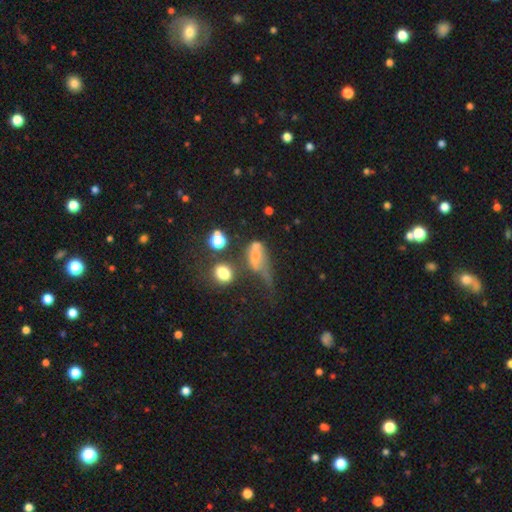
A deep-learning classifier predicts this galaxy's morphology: The model was most divided on "merging": major disturbance: 43%, merger: 24%, minor disturbance: 17%, none: 17%. More confident: how rounded — in between (71%); smooth or featured — smooth (52%).